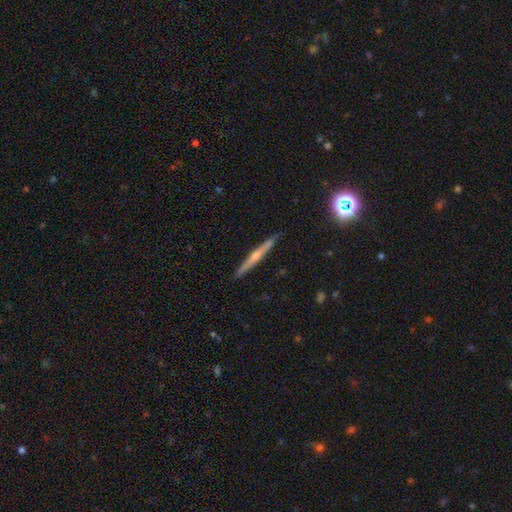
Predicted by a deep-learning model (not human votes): This appears to be a featured or disk galaxy (69%) viewed edge-on (97%) with a rounded central bulge (80%). Merging: none (91%).